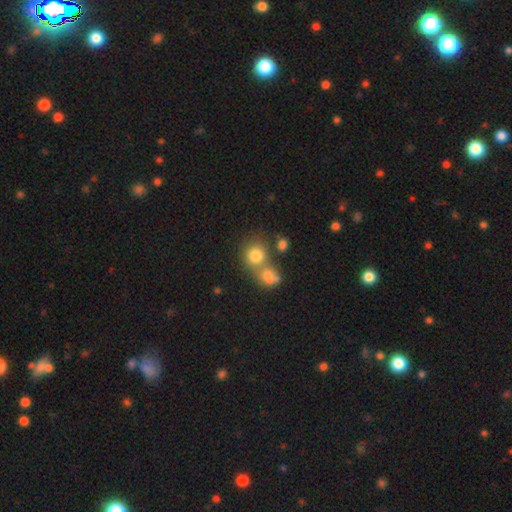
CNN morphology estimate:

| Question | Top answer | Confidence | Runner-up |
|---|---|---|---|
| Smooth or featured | smooth | 77% | star or artifact (13%) |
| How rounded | round | 83% | in between (16%) |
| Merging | none | 48% | merger (40%) |